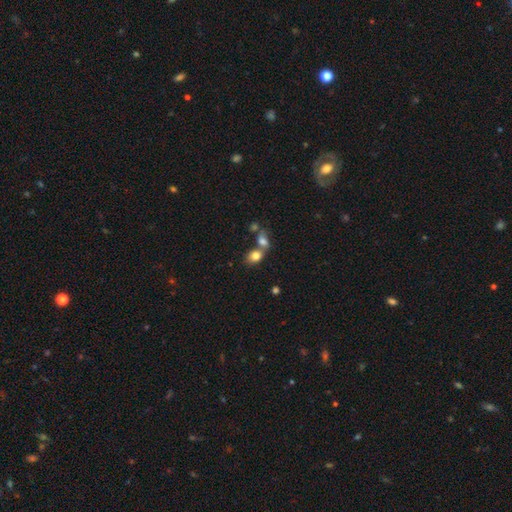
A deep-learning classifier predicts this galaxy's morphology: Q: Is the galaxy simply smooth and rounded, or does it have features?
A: smooth — 80%.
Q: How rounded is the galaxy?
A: in between — 69%.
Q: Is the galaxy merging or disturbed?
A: merger — 47%.